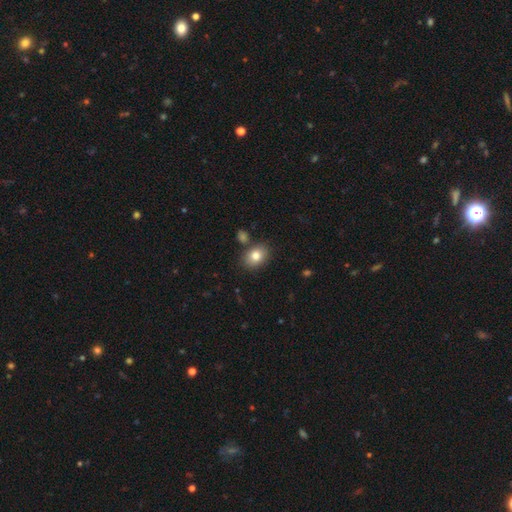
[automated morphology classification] This appears to be a smooth galaxy with no disk features (81%) that is in between round and cigar-shaped (67%). Merging: none (78%).